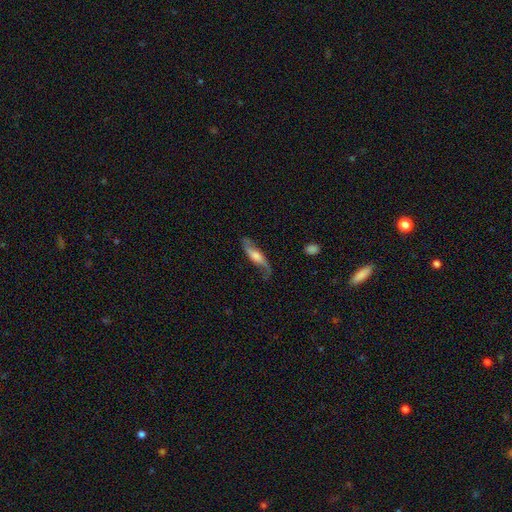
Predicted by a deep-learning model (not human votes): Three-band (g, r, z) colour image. It shows a featured or disk galaxy (71%). Merging: none (69%).